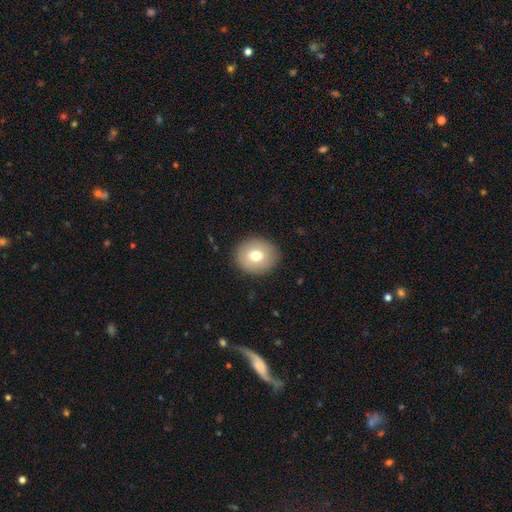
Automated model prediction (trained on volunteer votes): Smooth or featured: smooth — 72% (featured or disk — 19%)
How rounded: round — 81% (in between — 18%)
Merging: none — 89% (minor disturbance — 8%)